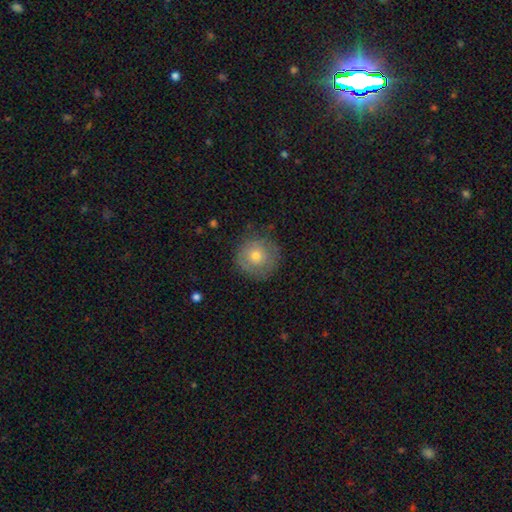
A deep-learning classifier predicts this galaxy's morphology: Smooth or featured?
  - smooth: 66% *
  - featured or disk: 26%
  - star or artifact: 9%
How rounded?
  - round: 95% *
  - in between: 4%
  - cigar-shaped: 1%
Merging?
  - none: 80% *
  - minor disturbance: 15%
  - major disturbance: 5%
  - merger: 1%